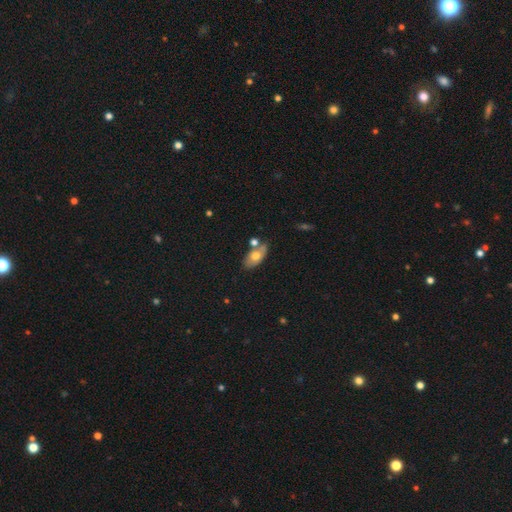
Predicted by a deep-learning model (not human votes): smooth_or_featured: smooth (p=0.62) [alt: featured or disk p=0.31]
how_rounded: in between (p=0.90) [alt: cigar-shaped p=0.06]
merging: none (p=0.61) [alt: merger p=0.19]